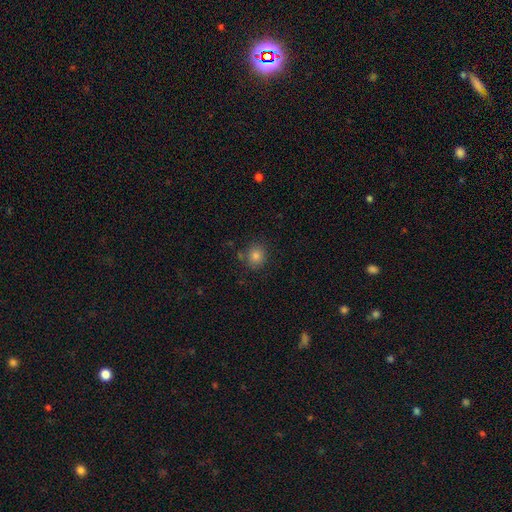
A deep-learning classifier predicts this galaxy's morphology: Smooth or featured? smooth (80%)
How rounded? round (84%)
Merging? none (83%)